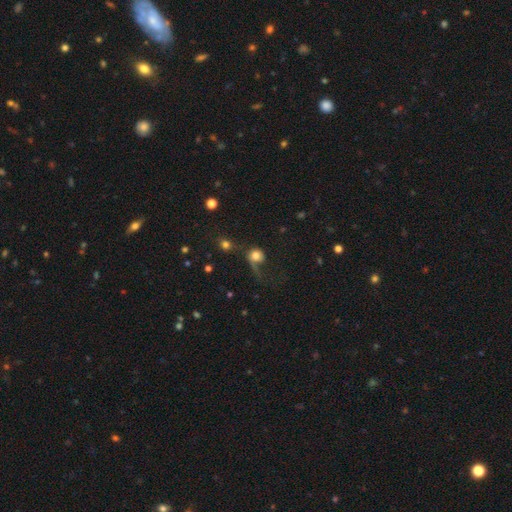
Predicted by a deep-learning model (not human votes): A smooth galaxy with no disk features (69%) that is round (81%).

Vote fractions:
- Smooth or featured? smooth: 69% / featured or disk: 21% / star or artifact: 10%
- How rounded? round: 81% / in between: 17% / cigar-shaped: 1%
- Merging? major disturbance: 44% / none: 28% / minor disturbance: 17% / merger: 11%